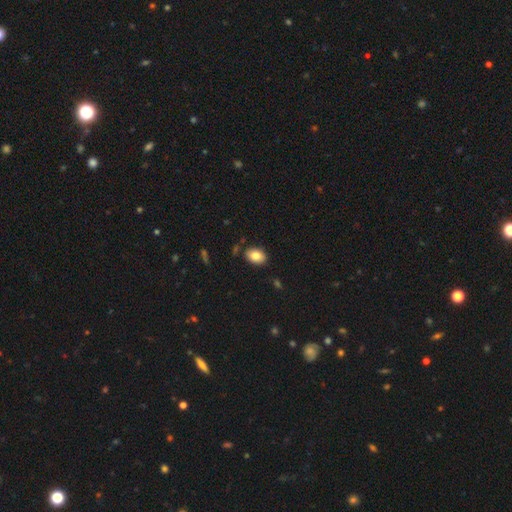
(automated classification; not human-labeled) smooth_or_featured: smooth (p=0.82) [alt: featured or disk p=0.10]
how_rounded: in between (p=0.81) [alt: round p=0.18]
merging: none (p=0.84) [alt: minor disturbance p=0.11]